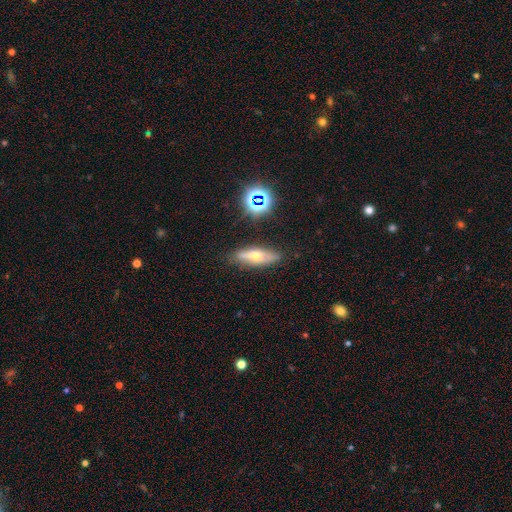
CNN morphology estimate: The model was most divided on "smooth or featured" (2-way tie): smooth: 44%, featured or disk: 44%, star or artifact: 12%. More confident: merging — none (81%).